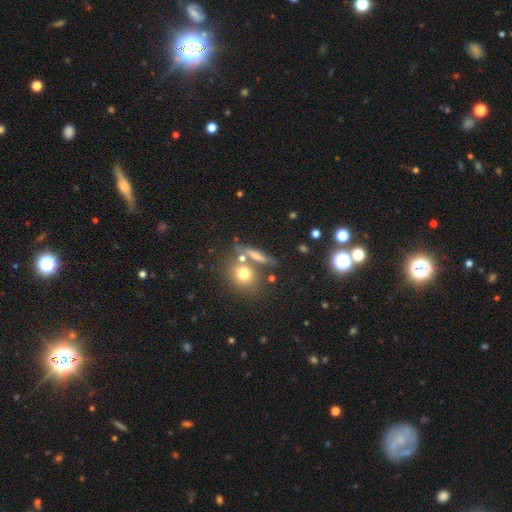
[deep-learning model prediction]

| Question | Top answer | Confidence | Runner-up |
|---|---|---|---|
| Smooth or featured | smooth | 60% | featured or disk (27%) |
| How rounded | cigar-shaped | 43% | round (32%) |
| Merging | none | 62% | merger (20%) |